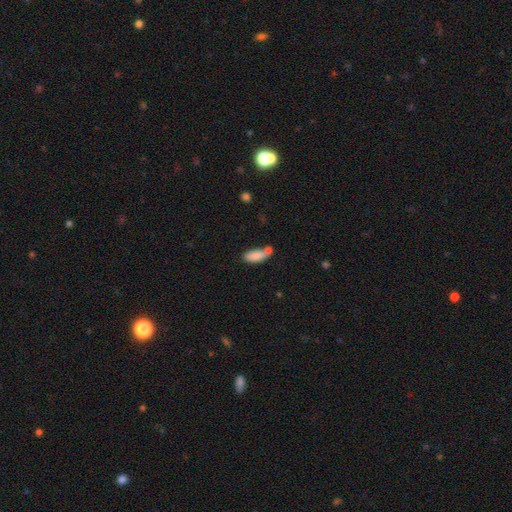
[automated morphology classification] This is clearly a smooth galaxy (84%). How rounded: likely in between (78%). Merging: marginally none (45%).